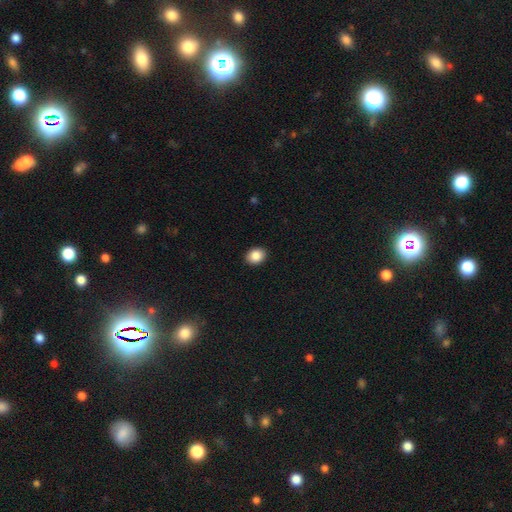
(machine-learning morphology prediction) Smooth or featured: smooth — 87% (star or artifact — 8%)
How rounded: in between — 59% (round — 40%)
Merging: none — 91% (minor disturbance — 6%)